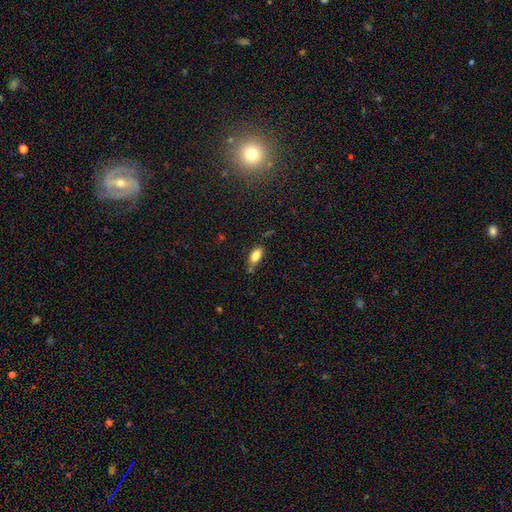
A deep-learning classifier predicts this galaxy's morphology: A smooth galaxy with no disk features (82%) that is in between round and cigar-shaped (88%).

Vote fractions:
- Smooth or featured? smooth: 82% / featured or disk: 10% / star or artifact: 9%
- How rounded? in between: 88% / cigar-shaped: 8% / round: 4%
- Merging? none: 66% / minor disturbance: 21% / merger: 8% / major disturbance: 5%